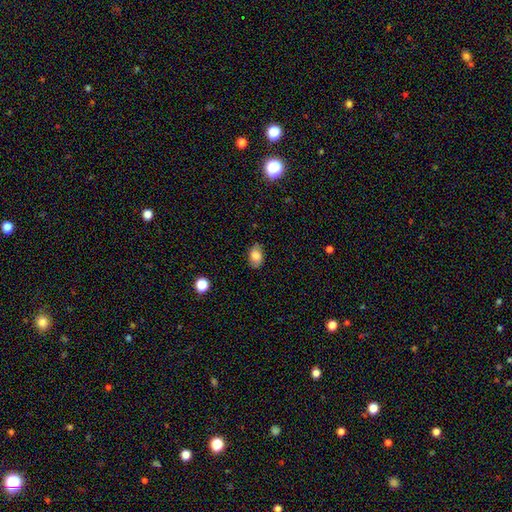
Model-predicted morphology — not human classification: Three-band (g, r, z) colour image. It shows a smooth galaxy with no disk features (77%) that is in between round and cigar-shaped (87%). Merging: none (81%).